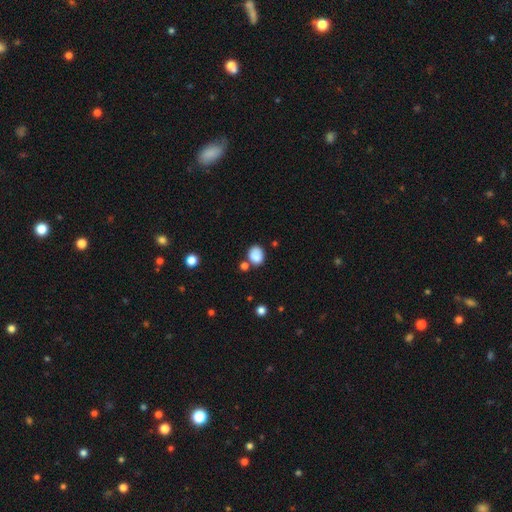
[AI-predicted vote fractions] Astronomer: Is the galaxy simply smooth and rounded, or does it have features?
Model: smooth — 85%.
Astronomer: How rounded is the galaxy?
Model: round — 50% (runner-up: in between, 49%).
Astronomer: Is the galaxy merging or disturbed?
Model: none — 67%.